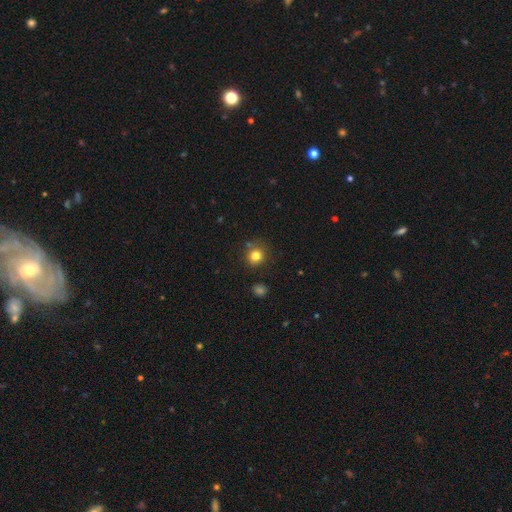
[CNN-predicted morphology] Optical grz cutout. It shows a smooth galaxy with no disk features (81%) that is round (88%). Merging: none (79%).